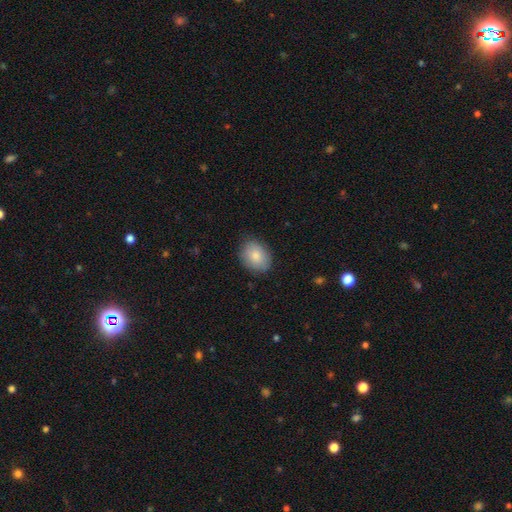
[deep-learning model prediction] smooth 84%, featured or disk 9%, star or artifact 6%. Down the decision tree: how rounded — in between (64%); merging — none (83%).